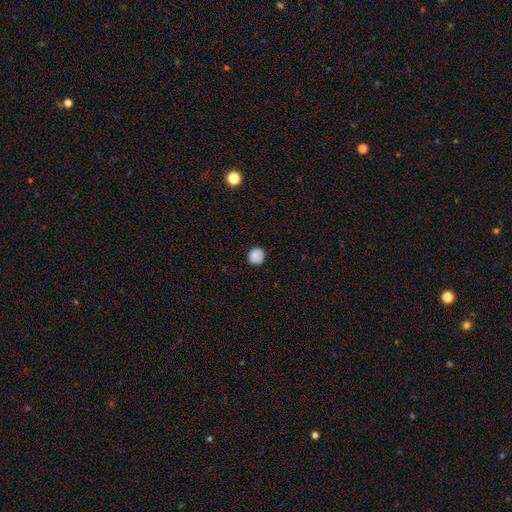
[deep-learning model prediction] Smooth or featured: smooth — 83% (star or artifact — 9%)
How rounded: round — 91% (in between — 8%)
Merging: none — 86% (minor disturbance — 11%)